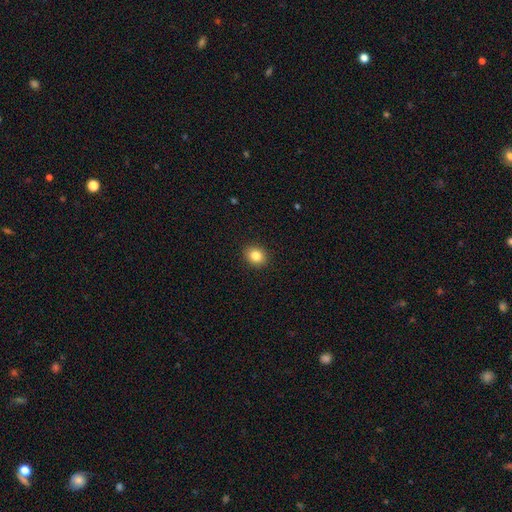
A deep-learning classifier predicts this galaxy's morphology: Smooth or featured? Predicted: smooth (p=0.83). How rounded? Predicted: round (p=0.61). Merging? Predicted: none (p=0.91).